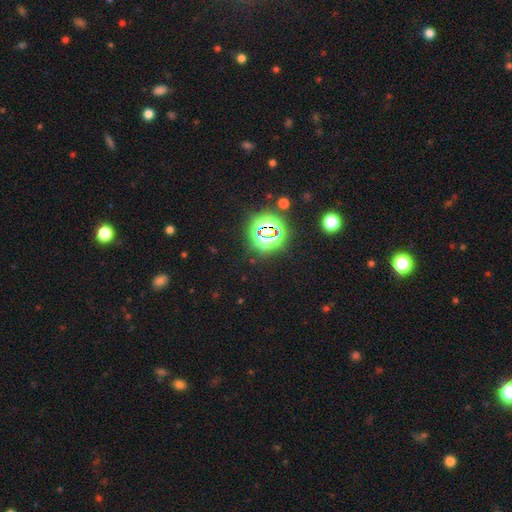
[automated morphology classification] star or artifact 71%, smooth 23%, featured or disk 6%.